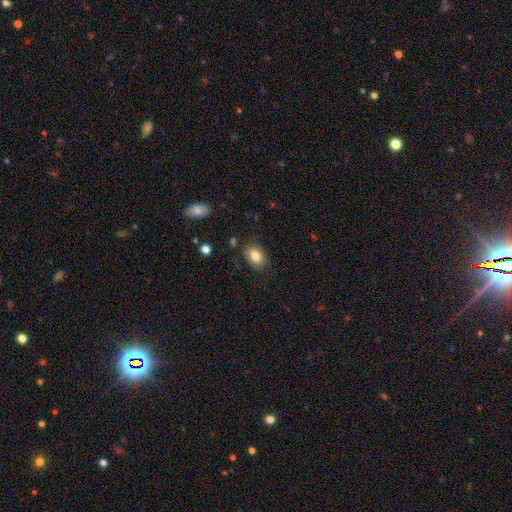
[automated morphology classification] Smooth or featured?
  - smooth: 83% *
  - star or artifact: 9%
  - featured or disk: 9%
How rounded?
  - in between: 81% *
  - round: 18%
  - cigar-shaped: 1%
Merging?
  - none: 84% *
  - minor disturbance: 11%
  - major disturbance: 3%
  - merger: 2%